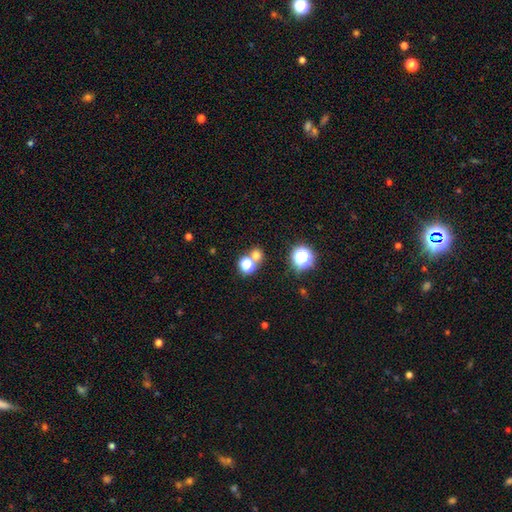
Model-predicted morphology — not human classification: Smooth or featured?
  - smooth: 65% *
  - star or artifact: 27%
  - featured or disk: 8%
How rounded?
  - round: 82% *
  - in between: 16%
  - cigar-shaped: 1%
Merging?
  - none: 59% *
  - merger: 31%
  - minor disturbance: 7%
  - major disturbance: 3%